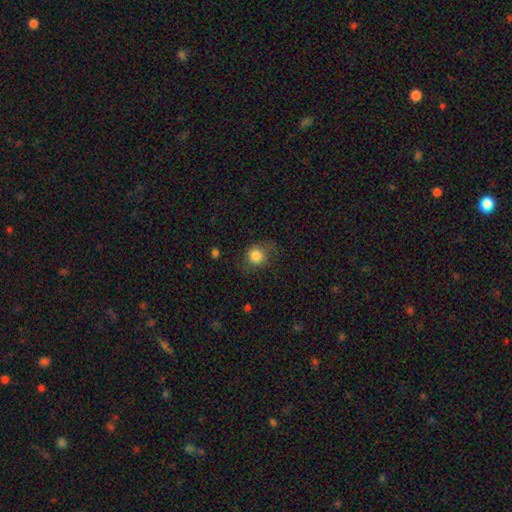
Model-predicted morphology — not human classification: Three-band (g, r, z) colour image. It shows a smooth galaxy with no disk features (82%) that is round (82%). Merging: none (71%).